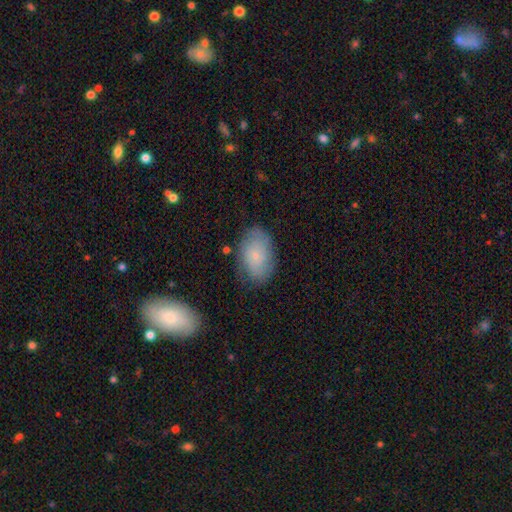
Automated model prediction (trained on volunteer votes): Q: Smooth or featured?
A: smooth (68%); runner-up: featured or disk (25%)
Q: How rounded?
A: in between (89%); runner-up: round (9%)
Q: Merging?
A: none (76%); runner-up: minor disturbance (17%)